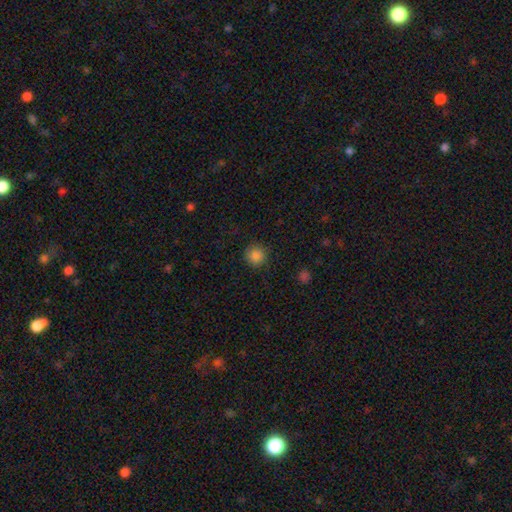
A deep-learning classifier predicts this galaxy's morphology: smooth_or_featured: smooth (p=0.86) [alt: star or artifact p=0.11]
how_rounded: round (p=0.94) [alt: in between p=0.05]
merging: none (p=0.90) [alt: minor disturbance p=0.07]